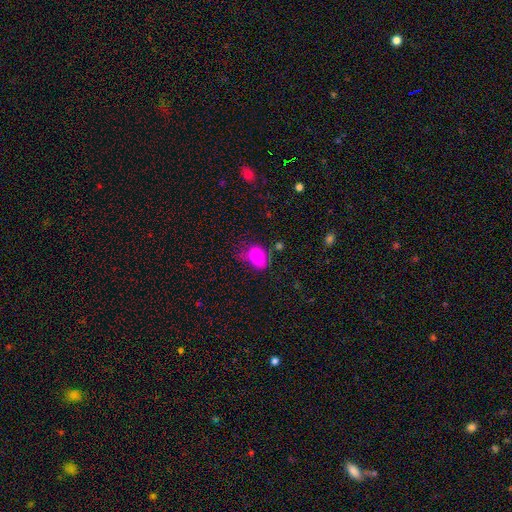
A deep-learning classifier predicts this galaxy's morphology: This is likely a smooth galaxy (78%). How rounded: likely in between (71%). Merging: marginally none (44%).